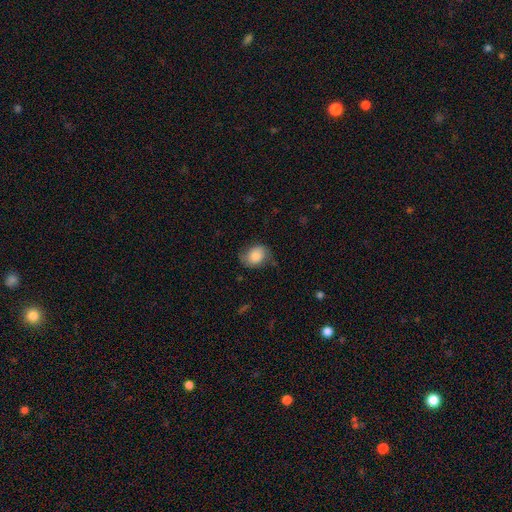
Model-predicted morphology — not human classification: Smooth or featured? Predicted: smooth (p=0.72). How rounded? Predicted: in between (p=0.60). Merging? Predicted: none (p=0.62).